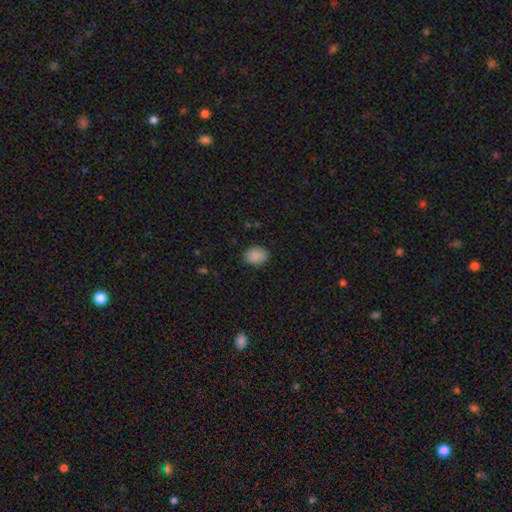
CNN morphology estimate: This is clearly a smooth galaxy (89%). How rounded: likely in between (65%). Merging: clearly none (86%).